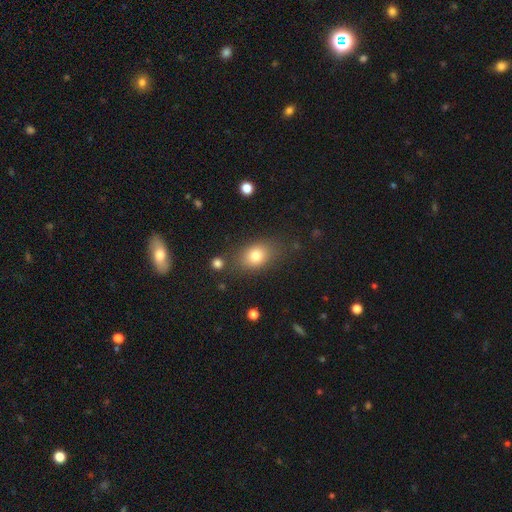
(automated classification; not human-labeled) smooth_or_featured: smooth (p=0.80) [alt: star or artifact p=0.10]
how_rounded: in between (p=0.71) [alt: round p=0.27]
merging: none (p=0.76) [alt: minor disturbance p=0.14]